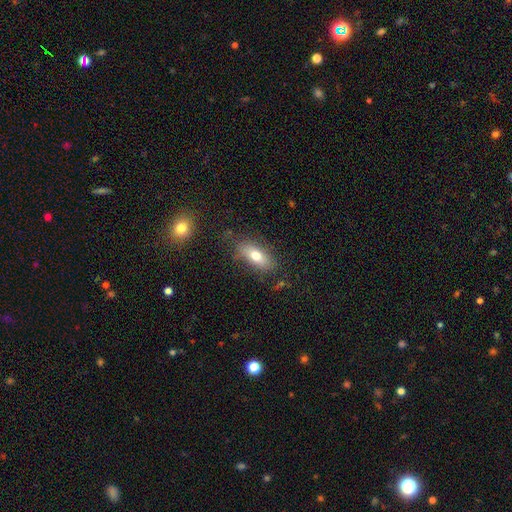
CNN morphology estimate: Smooth or featured? smooth (71%)
How rounded? in between (80%)
Merging? none (75%)